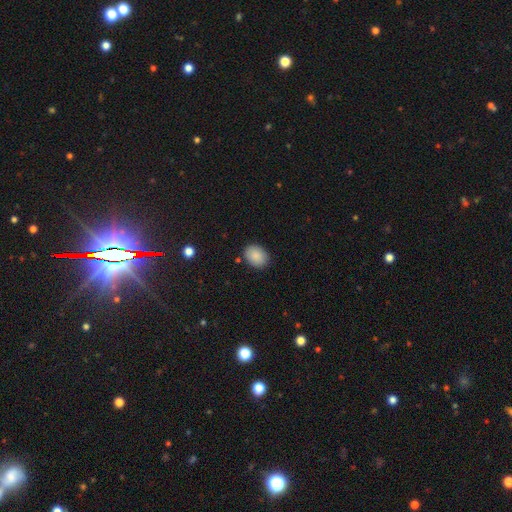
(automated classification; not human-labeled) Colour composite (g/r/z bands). It shows a smooth galaxy with no disk features (88%) that is in between round and cigar-shaped (68%). Merging: none (85%).